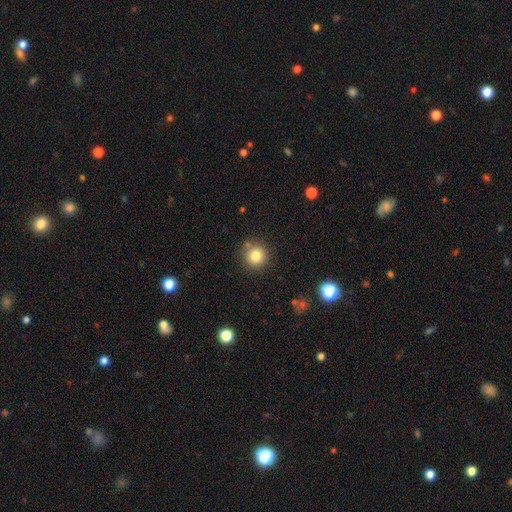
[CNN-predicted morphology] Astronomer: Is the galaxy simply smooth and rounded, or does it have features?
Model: smooth — 81%.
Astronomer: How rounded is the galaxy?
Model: round — 94%.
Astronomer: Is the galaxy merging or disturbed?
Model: none — 82%.